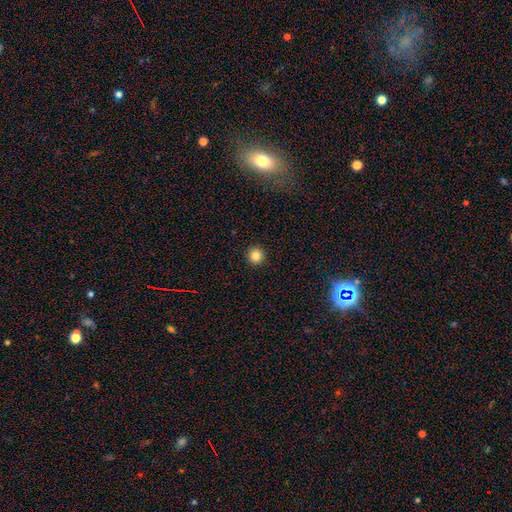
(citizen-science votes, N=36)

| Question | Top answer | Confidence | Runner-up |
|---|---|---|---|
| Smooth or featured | smooth | 92% | star or artifact (6%) |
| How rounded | round | 94% | in between (3%) |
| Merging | none | 94% | major disturbance (3%) |